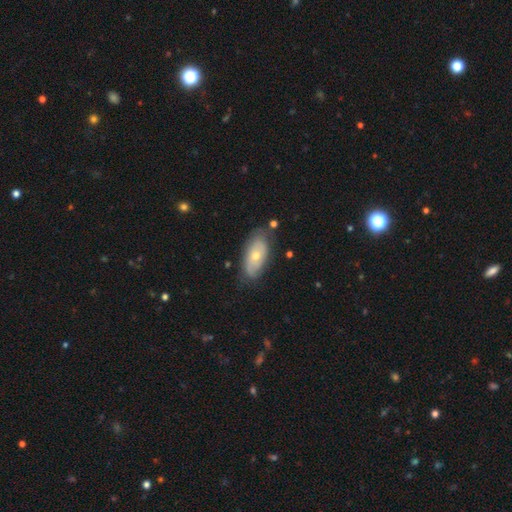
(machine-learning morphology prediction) Overall: featured or disk (49%; smooth 44%). Merging: none (70%).